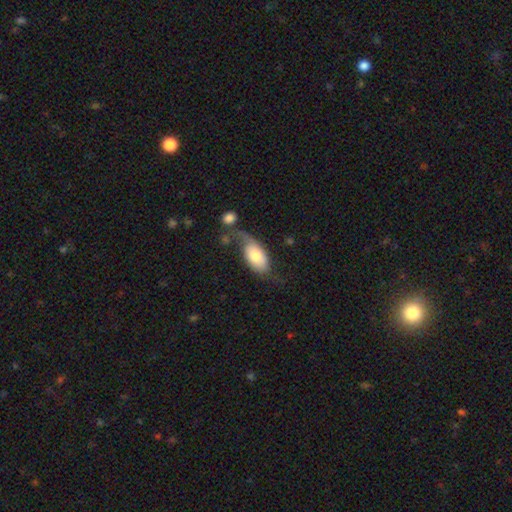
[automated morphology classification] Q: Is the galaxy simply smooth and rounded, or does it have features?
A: smooth — 66%.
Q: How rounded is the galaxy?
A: in between — 92%.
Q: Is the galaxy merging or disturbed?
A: none — 32%.